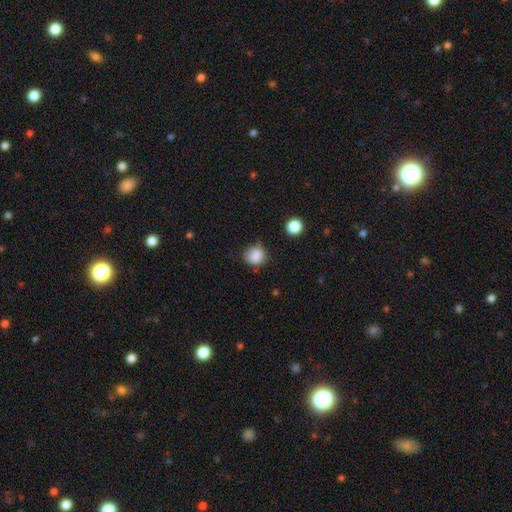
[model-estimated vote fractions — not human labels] smooth_or_featured: smooth (p=0.83) [alt: star or artifact p=0.10]
how_rounded: round (p=0.76) [alt: in between p=0.23]
merging: none (p=0.65) [alt: minor disturbance p=0.26]